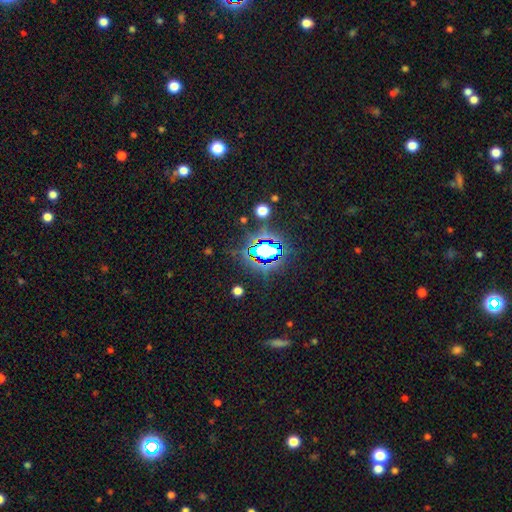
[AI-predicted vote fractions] Morphology: type=star or artifact (77%).